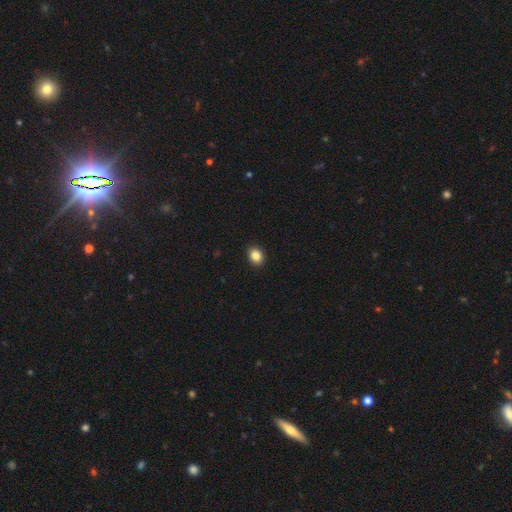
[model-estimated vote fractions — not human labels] Overall: smooth (86%). How rounded: in between (57%; round 42%). Merging: none (92%).